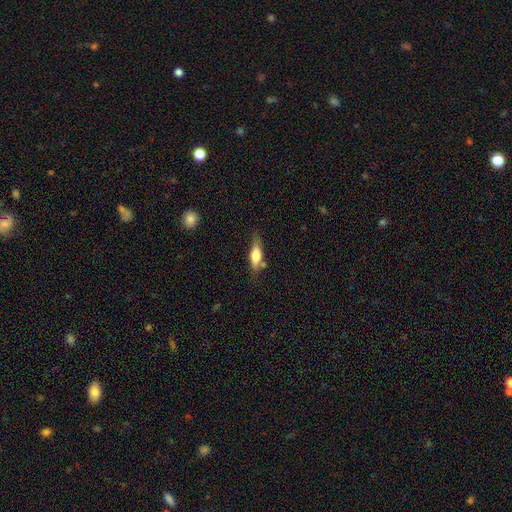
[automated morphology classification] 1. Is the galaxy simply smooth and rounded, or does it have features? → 64% smooth, 29% featured or disk, 7% star or artifact.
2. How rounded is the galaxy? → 53% in between, 44% cigar-shaped, 3% round.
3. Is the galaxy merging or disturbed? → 65% none, 22% minor disturbance, 7% merger, 6% major disturbance.